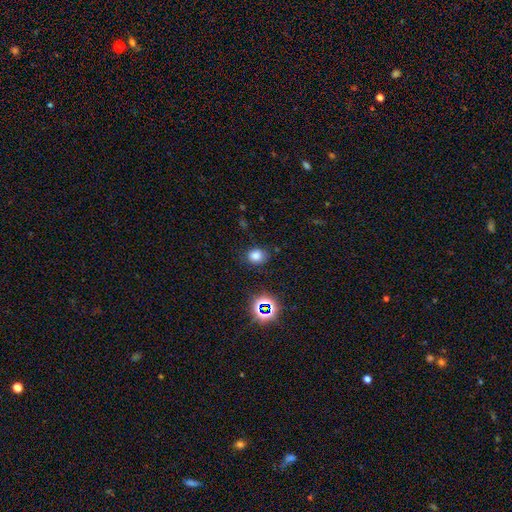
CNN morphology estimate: A smooth galaxy with no disk features (74%) that is round (64%).

Vote fractions:
- Smooth or featured? smooth: 74% / star or artifact: 19% / featured or disk: 7%
- How rounded? round: 64% / in between: 35% / cigar-shaped: 1%
- Merging? none: 79% / minor disturbance: 14% / major disturbance: 5% / merger: 2%